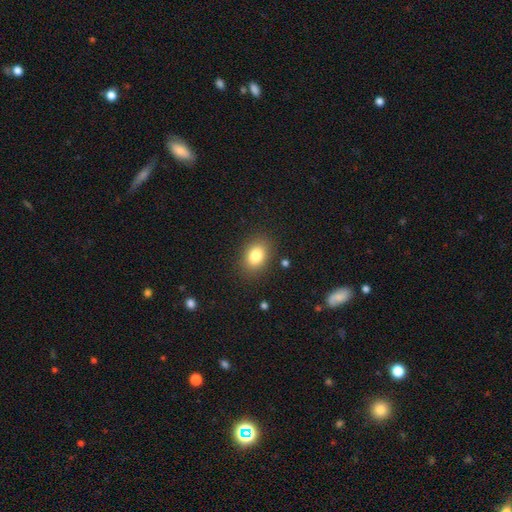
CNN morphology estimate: A smooth galaxy with no disk features (83%) that is in between round and cigar-shaped (71%).

Vote fractions:
- Smooth or featured? smooth: 83% / star or artifact: 9% / featured or disk: 8%
- How rounded? in between: 71% / round: 27% / cigar-shaped: 1%
- Merging? none: 85% / minor disturbance: 10% / major disturbance: 3% / merger: 2%